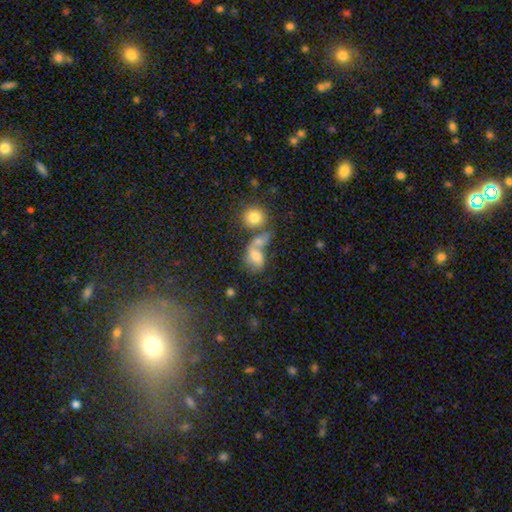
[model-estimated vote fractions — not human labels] smooth_or_featured: smooth (p=0.55) [alt: featured or disk p=0.31]
how_rounded: in between (p=0.69) [alt: round p=0.28]
merging: merger (p=0.52) [alt: none p=0.25]